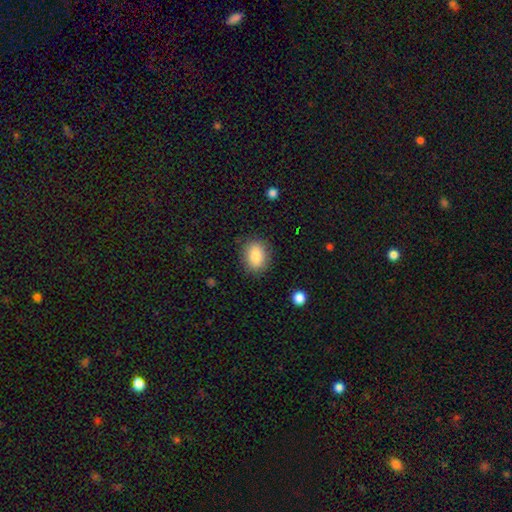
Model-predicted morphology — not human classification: Overall: smooth (84%). How rounded: in between (57%; round 41%). Merging: none (86%).